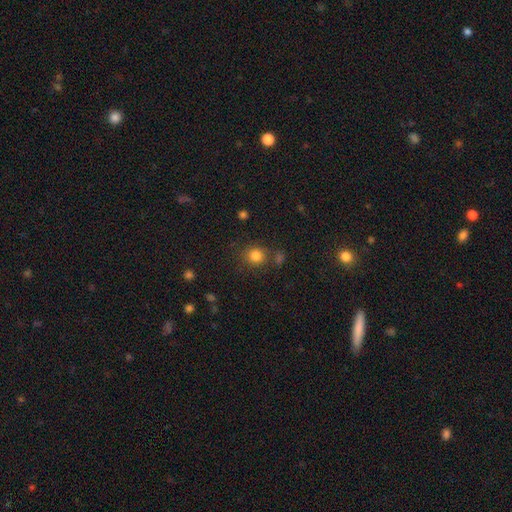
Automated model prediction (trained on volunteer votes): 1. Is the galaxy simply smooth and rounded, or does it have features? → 82% smooth, 13% star or artifact, 5% featured or disk.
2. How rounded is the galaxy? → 86% round, 13% in between, 1% cigar-shaped.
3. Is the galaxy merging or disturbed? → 78% none, 10% minor disturbance, 7% merger, 4% major disturbance.